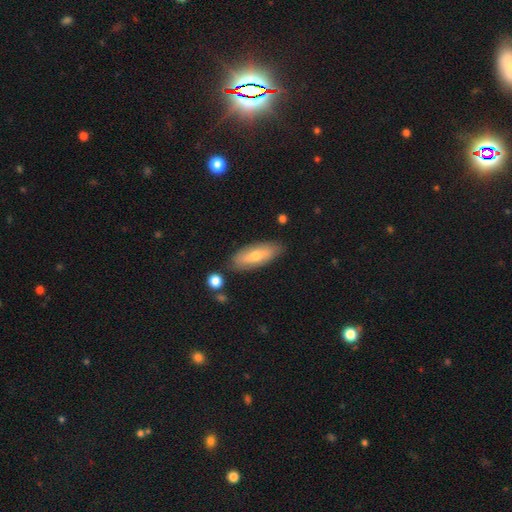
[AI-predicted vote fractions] smooth-or-featured: smooth: 61% | featured or disk: 33% | star or artifact: 6%
  how-rounded: in between: 66% | cigar-shaped: 32% | round: 2%
  merging: none: 84% | minor disturbance: 11% | merger: 2% | major disturbance: 2%